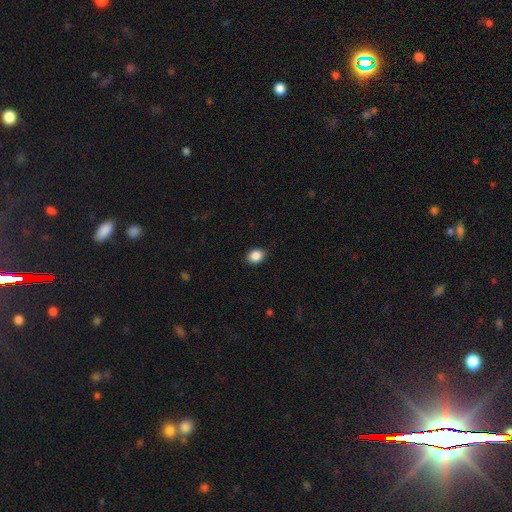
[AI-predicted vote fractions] Smooth or featured: smooth — 87% (star or artifact — 9%)
How rounded: round — 52% (in between — 47%)
Merging: none — 87% (minor disturbance — 10%)